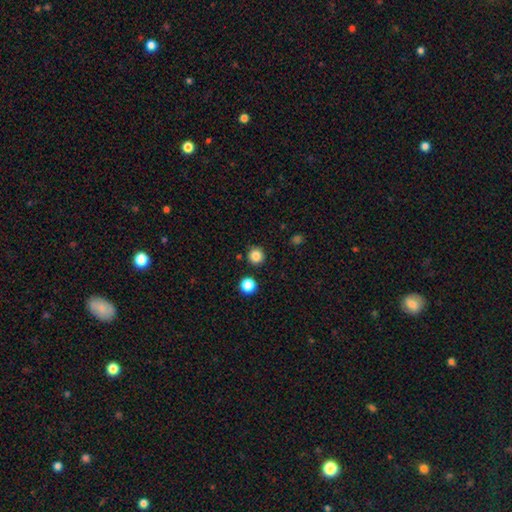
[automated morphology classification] type=smooth (85%); roundness=round (95%); merging=none (90%).